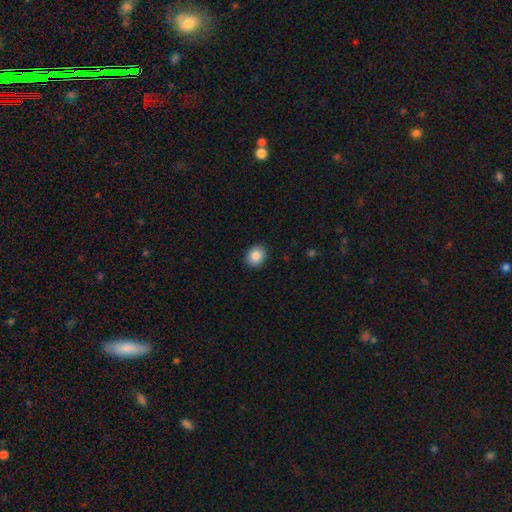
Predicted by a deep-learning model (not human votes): The model was most divided on "how rounded": round: 58%, in between: 41%, cigar-shaped: 1%. More confident: merging — none (90%); smooth or featured — smooth (87%).